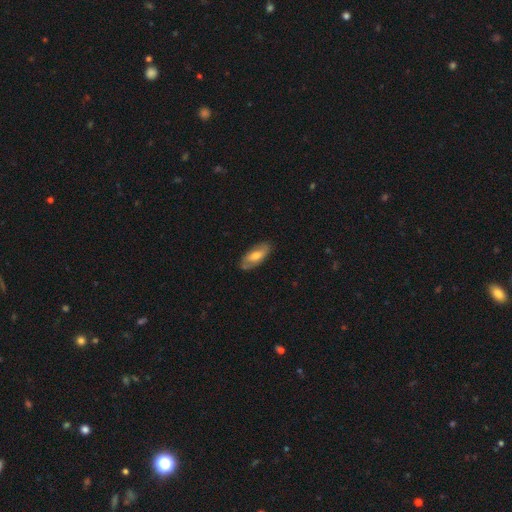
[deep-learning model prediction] Smooth or featured: smooth — 58% (featured or disk — 36%)
How rounded: in between — 83% (cigar-shaped — 15%)
Merging: none — 80% (minor disturbance — 15%)